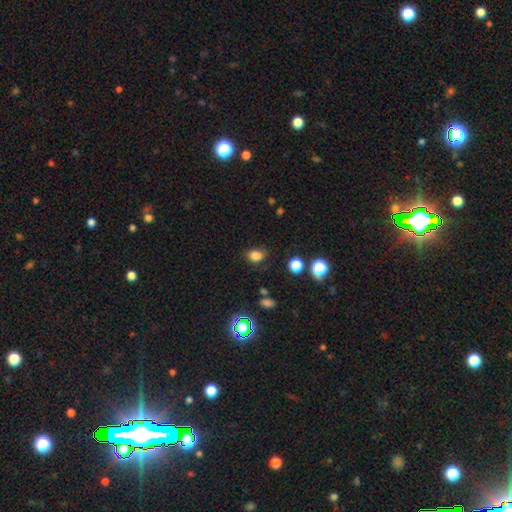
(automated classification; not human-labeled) Overall: smooth (80%). How rounded: in between (63%; round 36%). Merging: none (76%).